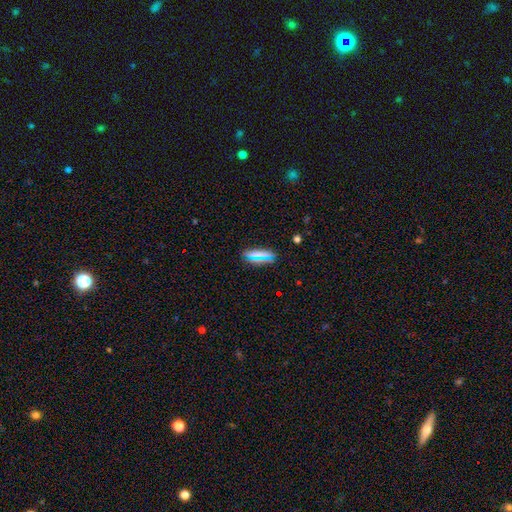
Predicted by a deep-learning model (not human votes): Q: Smooth or featured?
A: smooth (71%); runner-up: star or artifact (18%)
Q: How rounded?
A: in between (54%); runner-up: cigar-shaped (39%)
Q: Merging?
A: none (84%); runner-up: minor disturbance (11%)